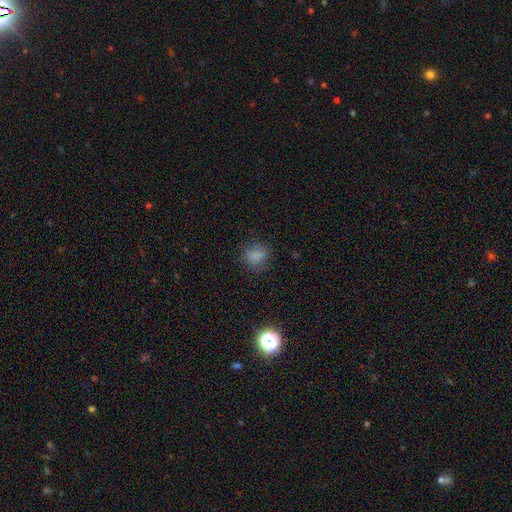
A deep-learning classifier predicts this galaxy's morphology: A smooth galaxy with no disk features (79%) that is round (60%). Merging: none (78%).